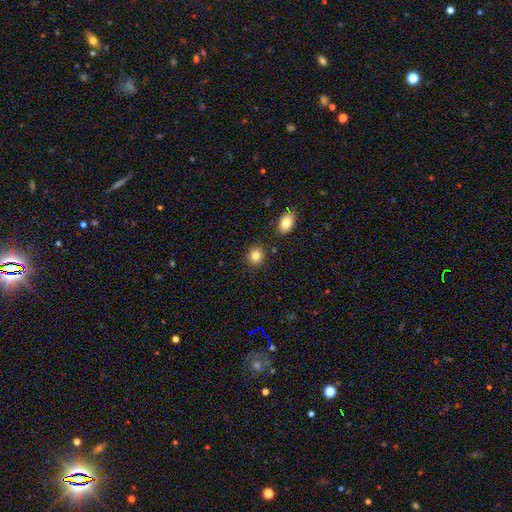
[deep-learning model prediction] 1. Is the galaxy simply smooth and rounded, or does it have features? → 84% smooth, 10% star or artifact, 6% featured or disk.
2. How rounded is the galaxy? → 81% round, 18% in between, 1% cigar-shaped.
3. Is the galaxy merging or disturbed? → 85% none, 8% minor disturbance, 4% merger, 2% major disturbance.